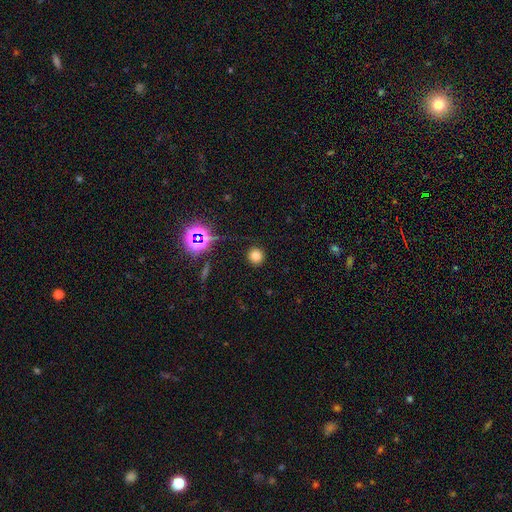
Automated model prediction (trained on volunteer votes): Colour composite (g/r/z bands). It shows a smooth galaxy with no disk features (75%) that is round (93%). Merging: none (90%).